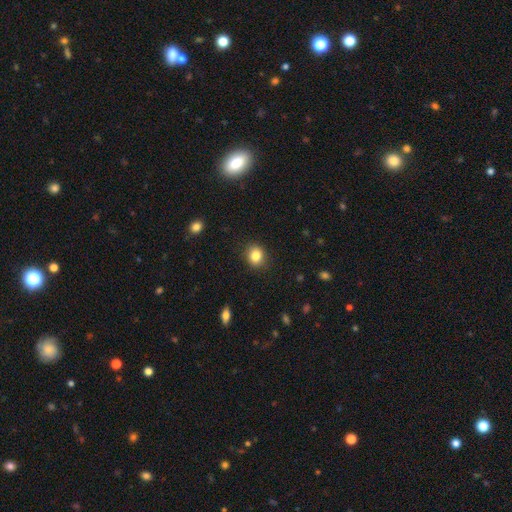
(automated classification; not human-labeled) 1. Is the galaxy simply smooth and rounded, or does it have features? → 84% smooth, 10% star or artifact, 6% featured or disk.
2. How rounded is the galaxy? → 72% round, 27% in between, 1% cigar-shaped.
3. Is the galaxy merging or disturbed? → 89% none, 8% minor disturbance, 2% major disturbance, 1% merger.